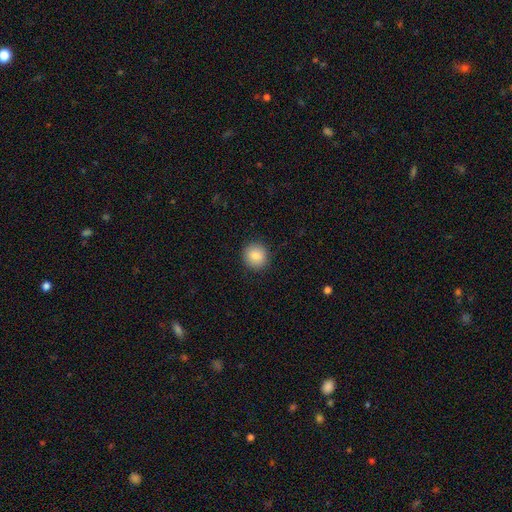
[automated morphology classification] Smooth or featured?
  - smooth: 84% *
  - star or artifact: 9%
  - featured or disk: 8%
How rounded?
  - round: 92% *
  - in between: 7%
  - cigar-shaped: 1%
Merging?
  - none: 90% *
  - minor disturbance: 7%
  - major disturbance: 2%
  - merger: 1%